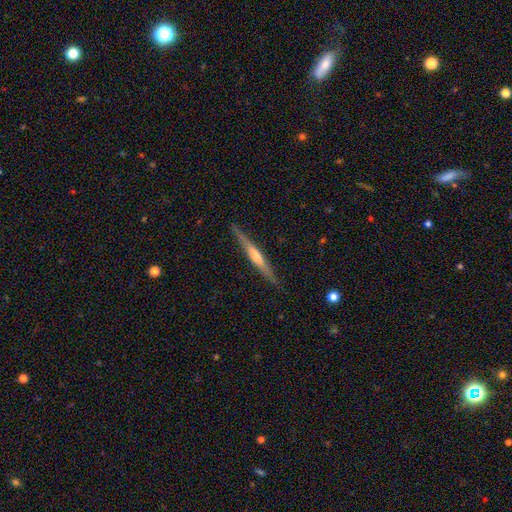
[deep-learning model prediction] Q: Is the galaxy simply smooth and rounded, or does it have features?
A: featured or disk — 69%.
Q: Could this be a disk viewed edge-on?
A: yes — 98%.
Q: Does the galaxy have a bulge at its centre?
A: rounded — 63%.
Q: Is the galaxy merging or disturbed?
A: none — 89%.